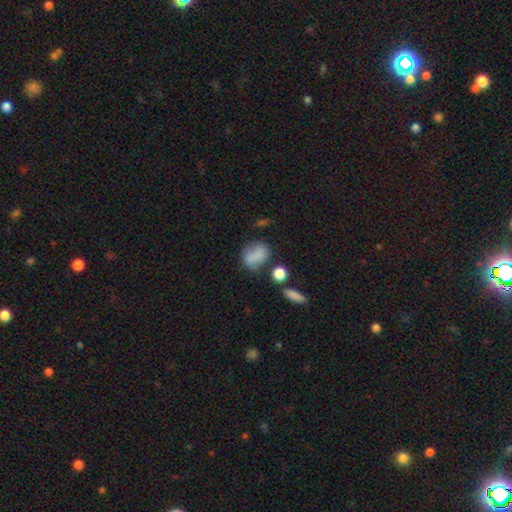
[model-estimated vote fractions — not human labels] Overall: smooth (76%). How rounded: in between (55%; round 43%). Merging: none (55%; minor disturbance 24%).